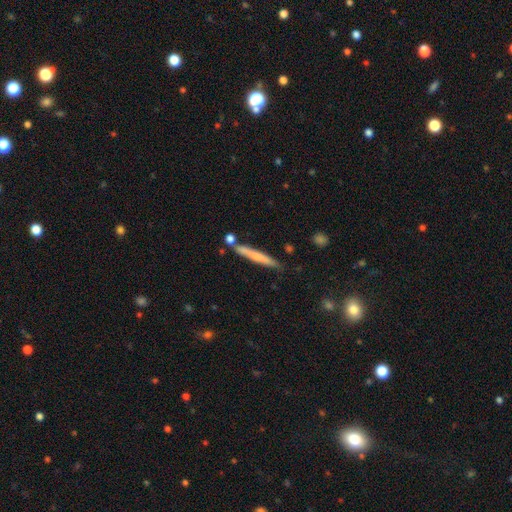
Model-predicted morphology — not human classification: smooth 62%, featured or disk 32%, star or artifact 6%. Down the decision tree: how rounded — cigar-shaped (95%); merging — none (77%).